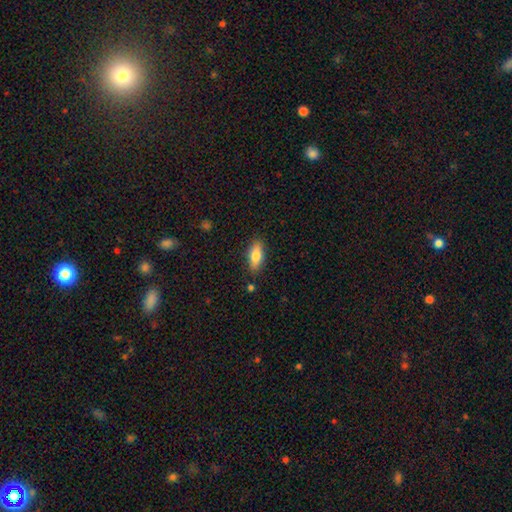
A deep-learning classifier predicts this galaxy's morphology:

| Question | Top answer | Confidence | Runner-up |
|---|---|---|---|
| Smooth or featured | smooth | 77% | featured or disk (16%) |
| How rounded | in between | 77% | cigar-shaped (20%) |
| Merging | none | 85% | minor disturbance (10%) |